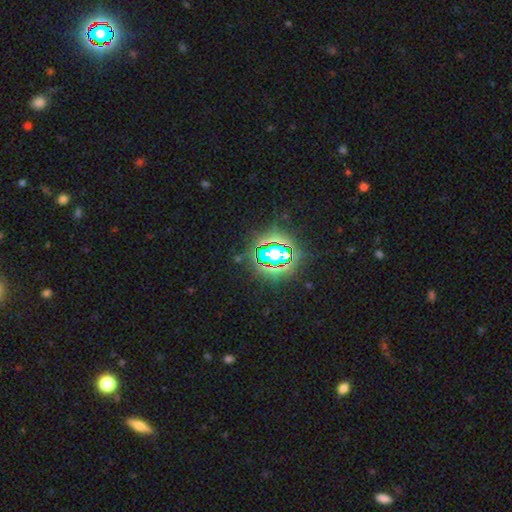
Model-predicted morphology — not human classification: This is clearly a star or artifact rather than a galaxy (81%).